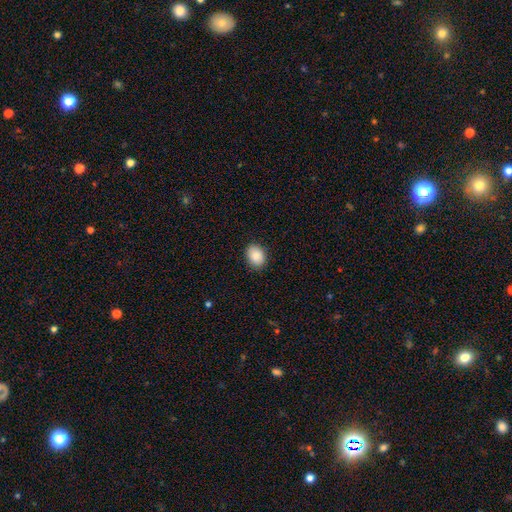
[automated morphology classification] Overall: smooth (87%). How rounded: in between (60%; round 39%). Merging: none (88%).